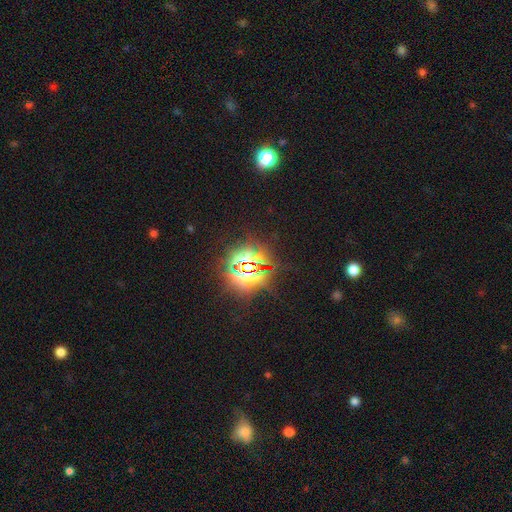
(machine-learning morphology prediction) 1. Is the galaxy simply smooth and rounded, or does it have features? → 83% star or artifact, 9% smooth, 8% featured or disk.